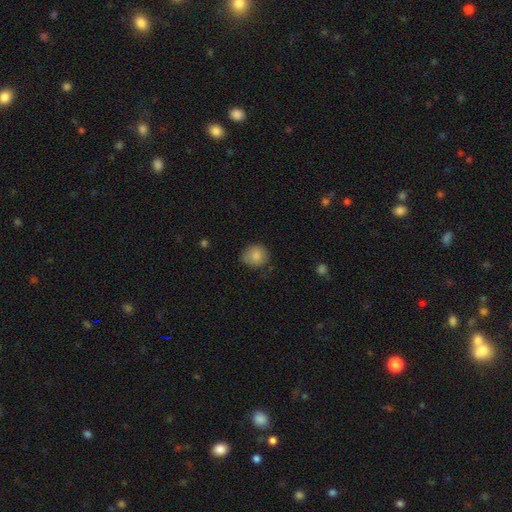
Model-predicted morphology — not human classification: Smooth or featured? Predicted: smooth (p=0.82). How rounded? Predicted: round (p=0.80). Merging? Predicted: none (p=0.68).